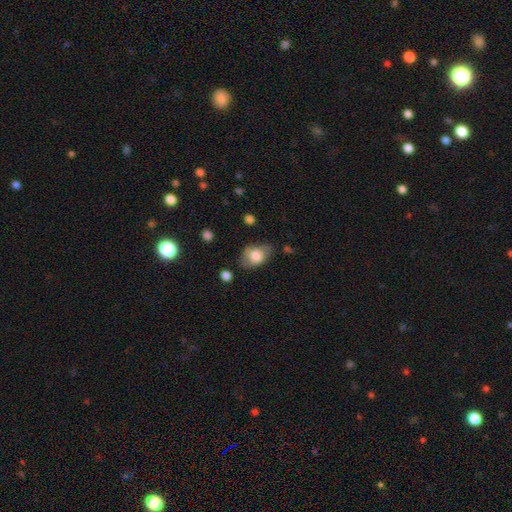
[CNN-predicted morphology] A smooth galaxy with no disk features (76%) that is in between round and cigar-shaped (80%).

Vote fractions:
- Smooth or featured? smooth: 76% / featured or disk: 17% / star or artifact: 8%
- How rounded? in between: 80% / round: 18% / cigar-shaped: 1%
- Merging? none: 58% / minor disturbance: 29% / major disturbance: 9% / merger: 3%